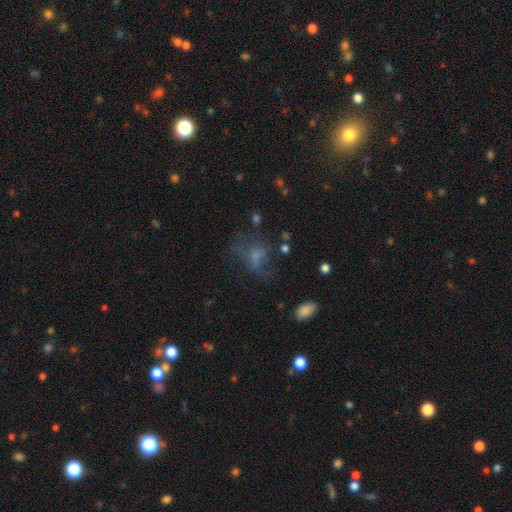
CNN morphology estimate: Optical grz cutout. It shows a smooth galaxy with no disk features (47%). Merging: major disturbance (41%).